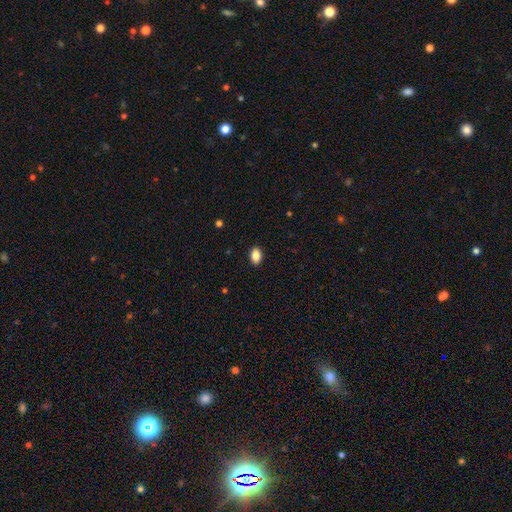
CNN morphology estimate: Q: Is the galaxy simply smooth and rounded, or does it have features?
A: smooth — 88%.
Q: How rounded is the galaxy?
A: in between — 84%.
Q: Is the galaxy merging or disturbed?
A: none — 90%.